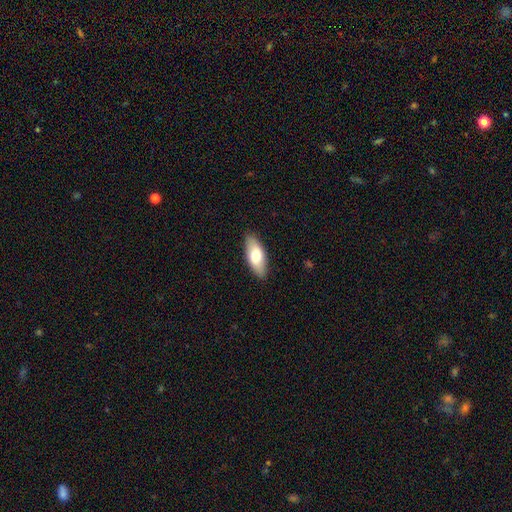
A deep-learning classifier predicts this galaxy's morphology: Q: Smooth or featured?
A: smooth (74%); runner-up: featured or disk (20%)
Q: How rounded?
A: in between (81%); runner-up: cigar-shaped (16%)
Q: Merging?
A: none (88%); runner-up: minor disturbance (9%)